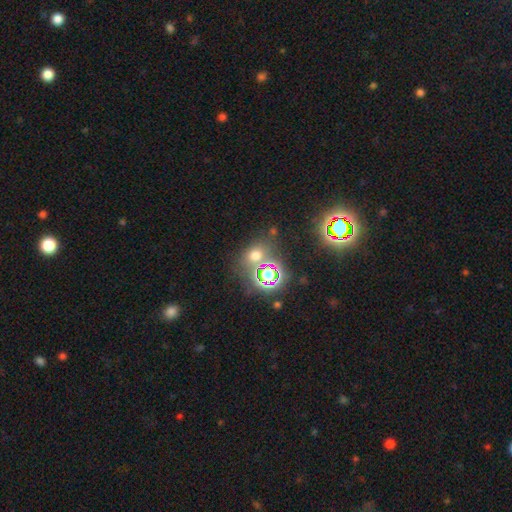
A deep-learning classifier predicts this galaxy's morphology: Smooth or featured? smooth (51%)
How rounded? round (57%)
Merging? none (68%)